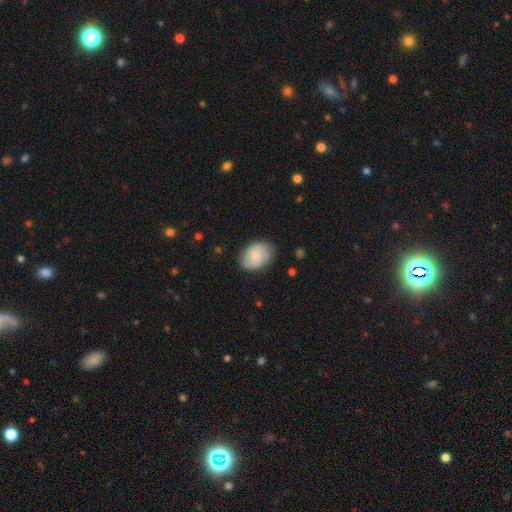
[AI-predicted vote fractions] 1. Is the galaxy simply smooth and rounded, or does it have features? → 66% smooth, 28% featured or disk, 7% star or artifact.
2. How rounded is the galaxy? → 74% in between, 25% round, 1% cigar-shaped.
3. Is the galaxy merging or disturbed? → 78% none, 17% minor disturbance, 4% major disturbance, 1% merger.